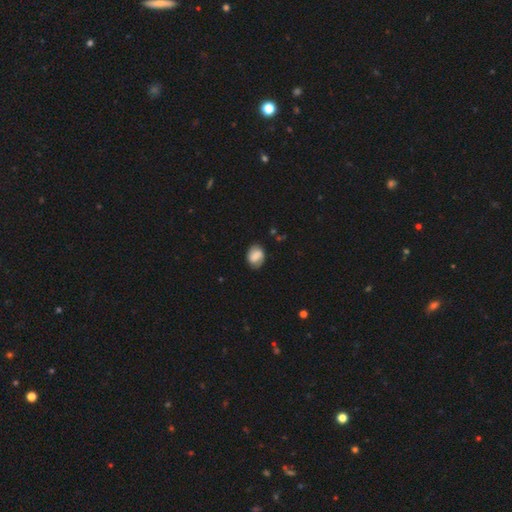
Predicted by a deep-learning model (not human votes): Q: Smooth or featured?
A: smooth (67%); runner-up: featured or disk (25%)
Q: How rounded?
A: in between (66%); runner-up: round (33%)
Q: Merging?
A: none (73%); runner-up: minor disturbance (20%)